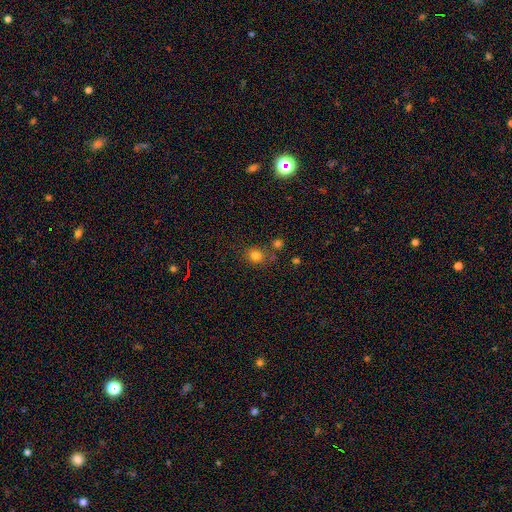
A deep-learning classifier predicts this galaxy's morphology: Smooth or featured? smooth (80%)
How rounded? round (71%)
Merging? none (71%)